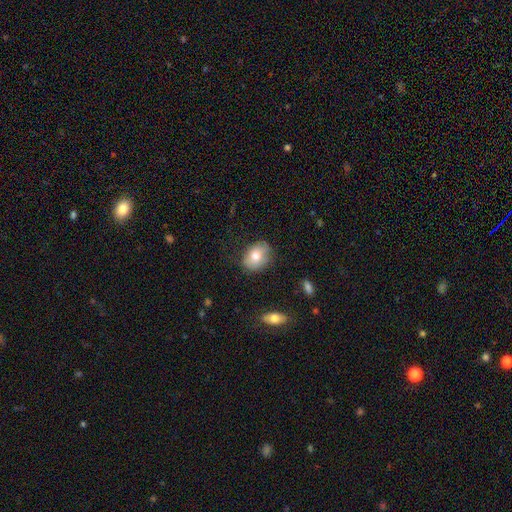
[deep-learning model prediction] smooth_or_featured: smooth (p=0.73) [alt: featured or disk p=0.18]
how_rounded: in between (p=0.58) [alt: round p=0.41]
merging: none (p=0.71) [alt: minor disturbance p=0.22]